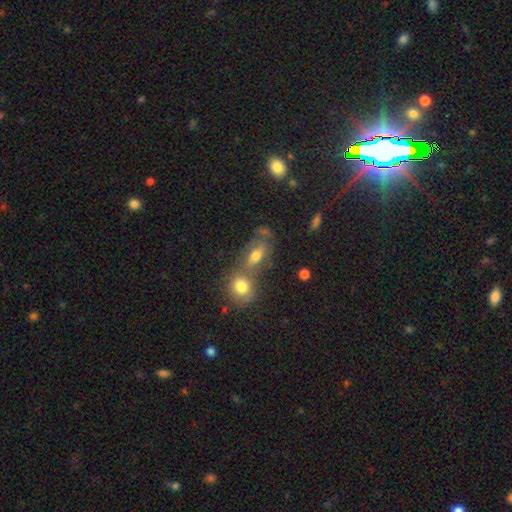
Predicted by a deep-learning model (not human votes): The model was most divided on "merging": merger: 46%, none: 35%, minor disturbance: 12%, major disturbance: 7%. More confident: how rounded — in between (76%); smooth or featured — smooth (60%).